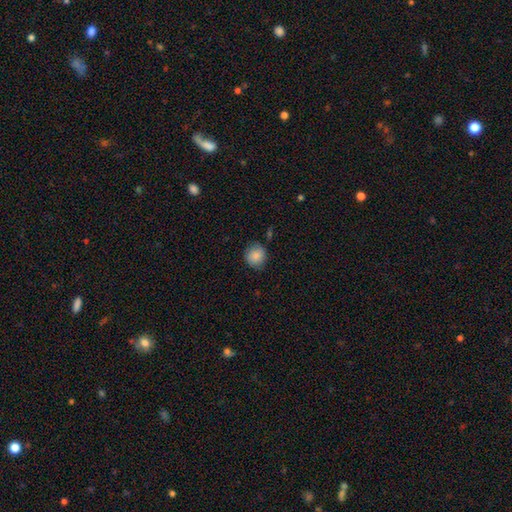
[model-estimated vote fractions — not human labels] Smooth or featured?
  - smooth: 86% *
  - star or artifact: 8%
  - featured or disk: 6%
How rounded?
  - round: 86% *
  - in between: 13%
  - cigar-shaped: 1%
Merging?
  - none: 80% *
  - minor disturbance: 15%
  - major disturbance: 3%
  - merger: 2%